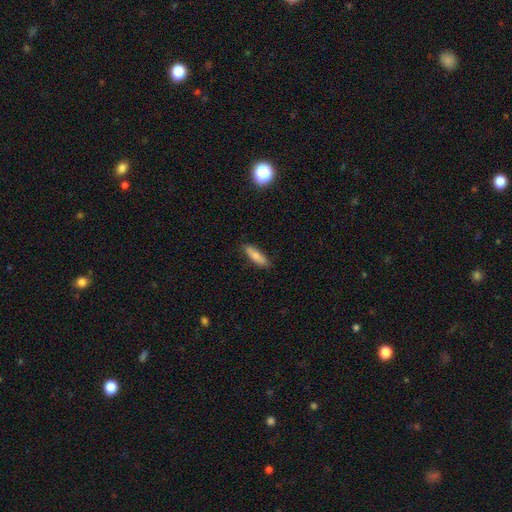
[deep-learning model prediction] Smooth or featured? smooth (78%)
How rounded? cigar-shaped (59%)
Merging? none (86%)